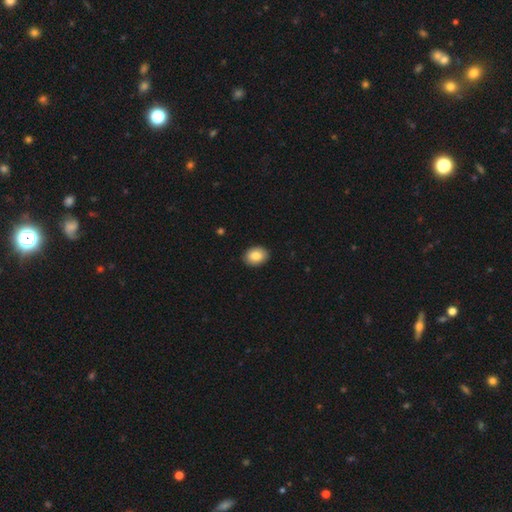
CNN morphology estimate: Smooth or featured? smooth (86%)
How rounded? in between (66%)
Merging? none (90%)